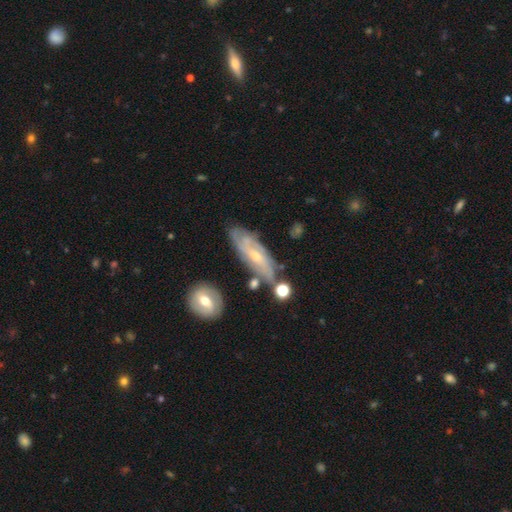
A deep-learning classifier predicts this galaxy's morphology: Smooth or featured: featured or disk — 68% (smooth — 24%)
Edge-on disk: no — 80% (yes — 20%)
Bar: no — 55% (weak — 36%)
Spiral arms: yes — 83% (no — 17%)
Bulge size: small — 58% (moderate — 37%)
Merging: none — 66% (minor disturbance — 21%)